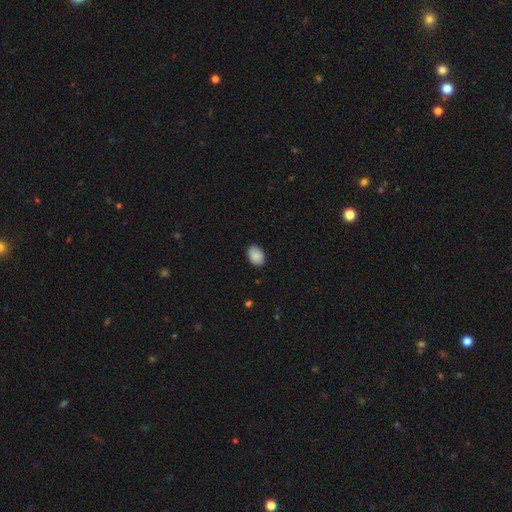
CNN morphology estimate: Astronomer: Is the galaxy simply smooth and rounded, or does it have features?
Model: smooth — 90%.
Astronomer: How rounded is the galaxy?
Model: in between — 79%.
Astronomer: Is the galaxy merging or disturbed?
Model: none — 87%.